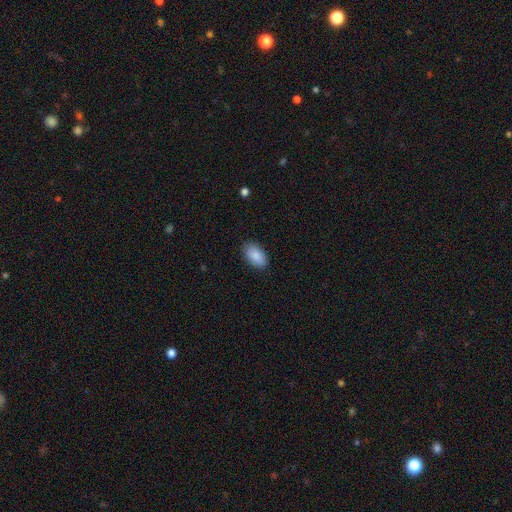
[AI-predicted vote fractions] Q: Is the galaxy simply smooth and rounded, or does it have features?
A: smooth — 88%.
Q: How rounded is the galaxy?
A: in between — 94%.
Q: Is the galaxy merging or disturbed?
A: none — 87%.